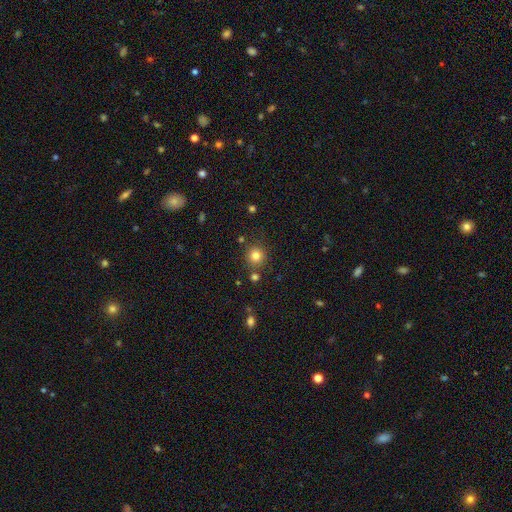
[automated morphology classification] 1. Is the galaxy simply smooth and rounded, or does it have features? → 79% smooth, 14% star or artifact, 7% featured or disk.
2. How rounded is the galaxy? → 92% round, 7% in between, 1% cigar-shaped.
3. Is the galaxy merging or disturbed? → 82% none, 8% minor disturbance, 6% merger, 3% major disturbance.